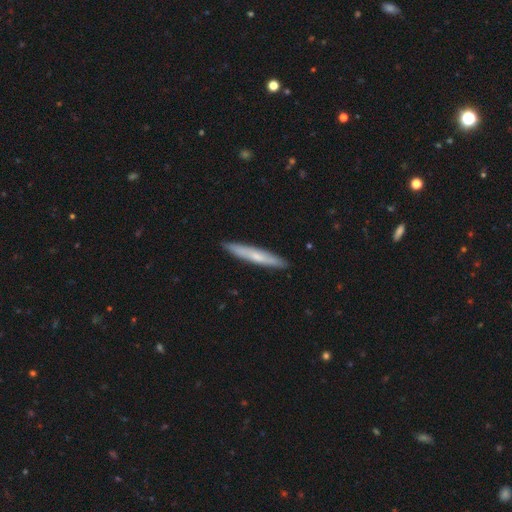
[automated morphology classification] smooth 56%, featured or disk 39%, star or artifact 5%. Down the decision tree: how rounded — cigar-shaped (95%); merging — none (91%).